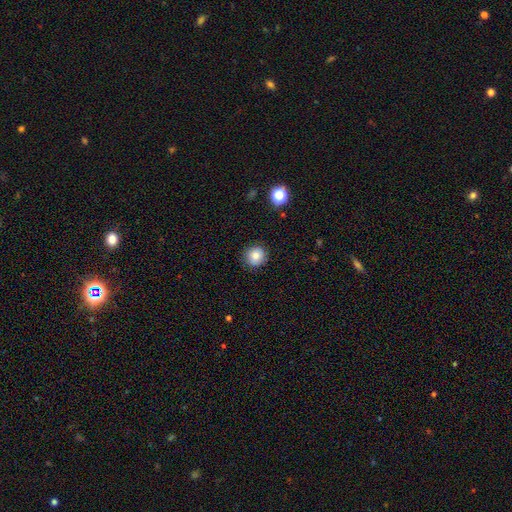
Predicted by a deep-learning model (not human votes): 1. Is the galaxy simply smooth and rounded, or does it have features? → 81% smooth, 11% star or artifact, 8% featured or disk.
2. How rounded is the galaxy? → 92% round, 7% in between, 1% cigar-shaped.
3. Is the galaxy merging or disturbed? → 89% none, 8% minor disturbance, 2% major disturbance, 1% merger.